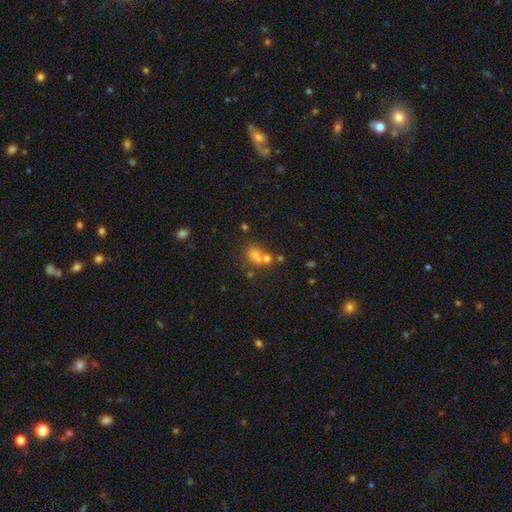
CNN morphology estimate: Smooth or featured? smooth (55%)
How rounded? round (62%)
Merging? merger (42%, tied with none)